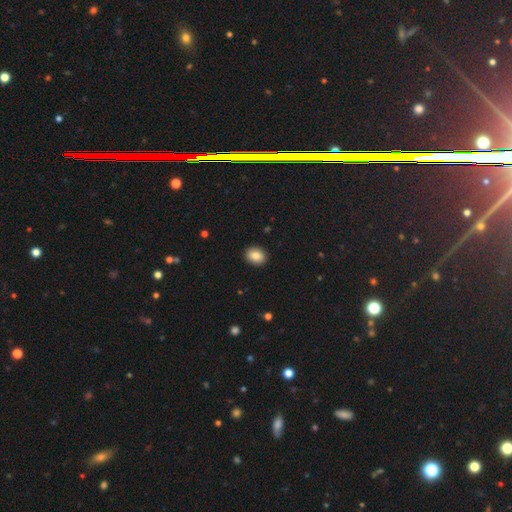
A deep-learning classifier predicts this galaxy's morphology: Smooth or featured? Predicted: smooth (p=0.85). How rounded? Predicted: round (p=0.51). Merging? Predicted: none (p=0.91).